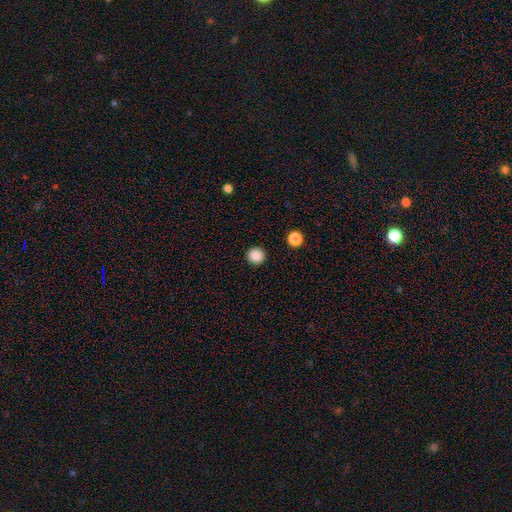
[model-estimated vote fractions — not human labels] The model was most divided on "smooth or featured": smooth: 87%, star or artifact: 10%, featured or disk: 3%. More confident: how rounded — round (95%); merging — none (93%).